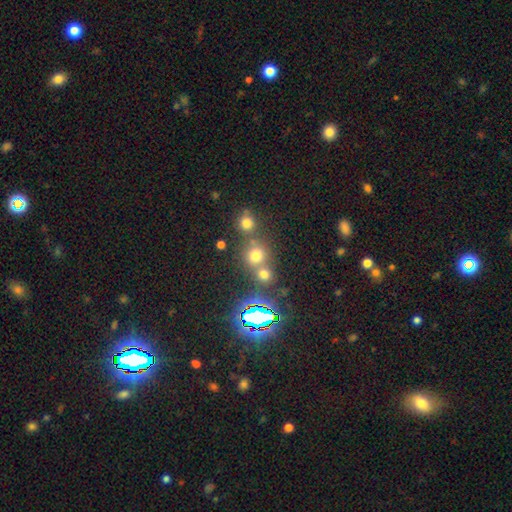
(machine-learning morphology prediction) Smooth or featured? Predicted: smooth (p=0.66). How rounded? Predicted: round (p=0.87). Merging? Predicted: none (p=0.58).